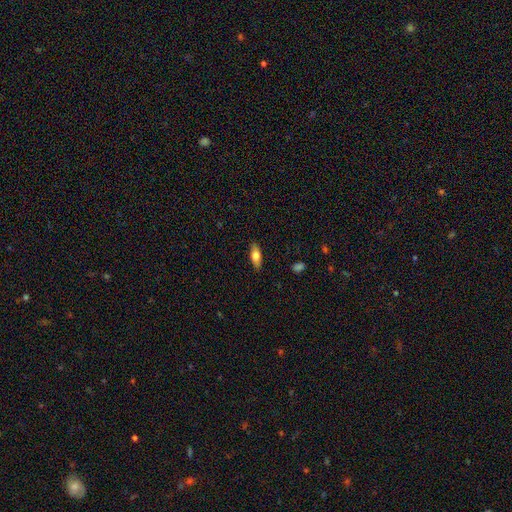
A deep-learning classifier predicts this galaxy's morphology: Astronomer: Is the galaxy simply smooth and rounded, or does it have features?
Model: smooth — 75%.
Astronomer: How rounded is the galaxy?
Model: in between — 74%.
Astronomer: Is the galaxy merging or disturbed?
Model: none — 87%.